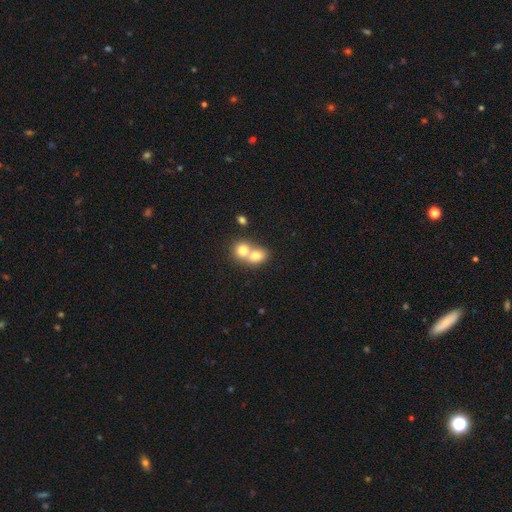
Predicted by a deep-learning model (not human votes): Q: Smooth or featured?
A: smooth (75%); runner-up: featured or disk (16%)
Q: How rounded?
A: round (55%); runner-up: in between (43%)
Q: Merging?
A: merger (73%); runner-up: none (21%)